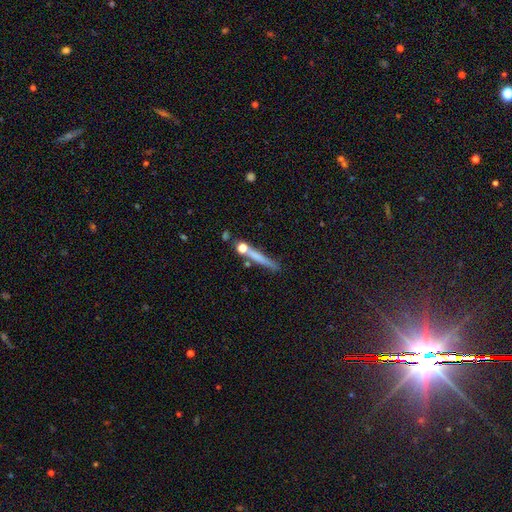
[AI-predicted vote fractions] Q: Smooth or featured?
A: smooth (58%); runner-up: featured or disk (31%)
Q: How rounded?
A: cigar-shaped (90%); runner-up: in between (5%)
Q: Merging?
A: none (69%); runner-up: minor disturbance (14%)